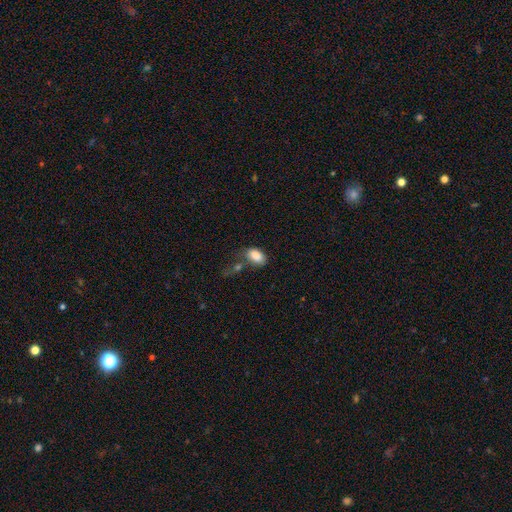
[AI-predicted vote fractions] Overall: smooth (85%). How rounded: in between (92%). Merging: none (54%; minor disturbance 20%).